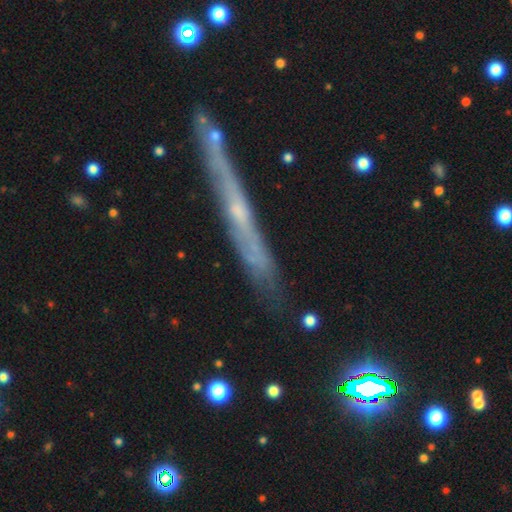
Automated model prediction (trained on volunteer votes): Smooth or featured? Predicted: featured or disk (p=0.54). Edge-on disk? Predicted: yes (p=0.77). Merging? Predicted: none (p=0.75).